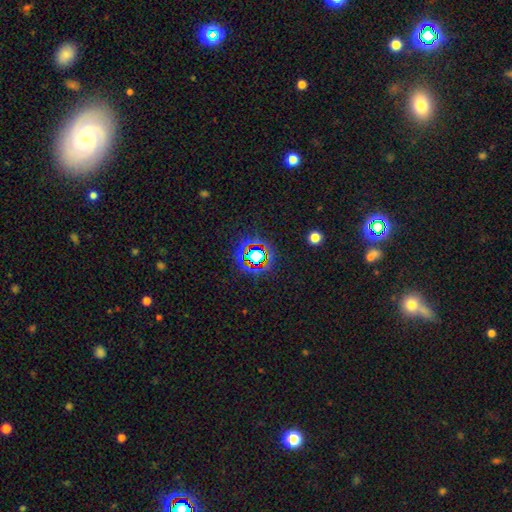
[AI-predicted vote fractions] Morphology: type=star or artifact (68%).